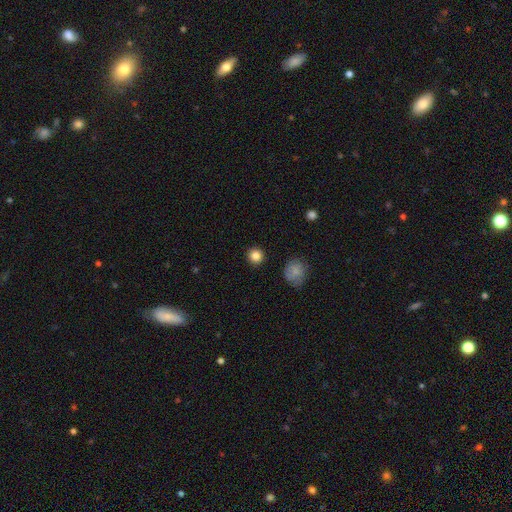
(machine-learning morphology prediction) Smooth or featured: smooth — 85% (star or artifact — 11%)
How rounded: round — 94% (in between — 5%)
Merging: none — 92% (minor disturbance — 5%)